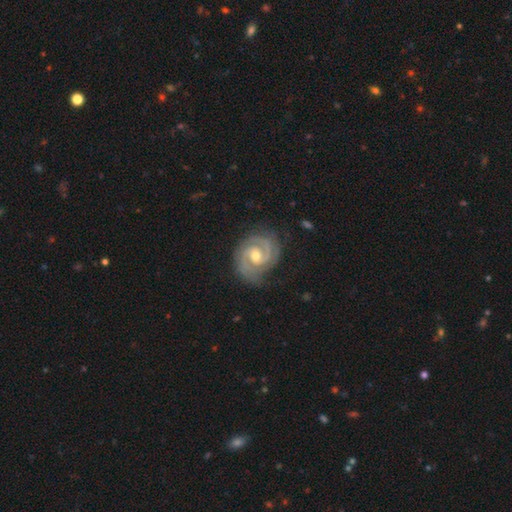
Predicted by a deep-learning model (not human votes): A featured or disk galaxy (92%) with no bar (47%), 2 (86%) tight (62%) spiral arms (98%) and a moderate central bulge (66%). Merging: none (81%).